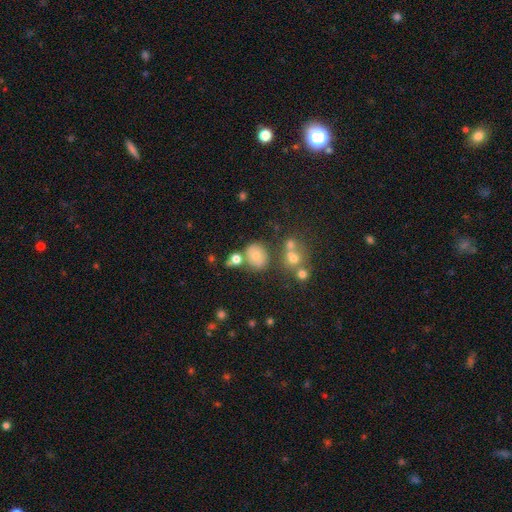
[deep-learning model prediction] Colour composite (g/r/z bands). It shows a smooth galaxy with no disk features (67%) that is round (66%). Merging: none (66%).